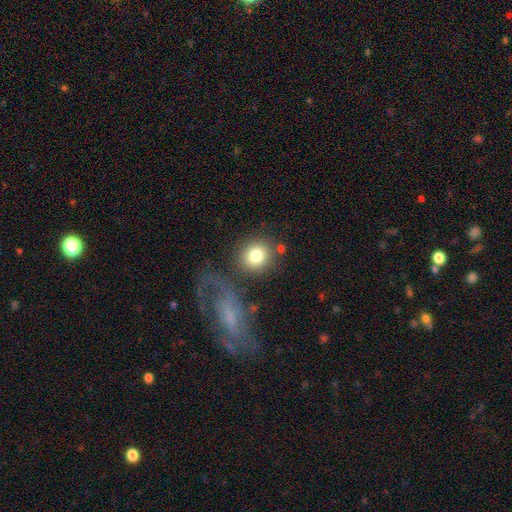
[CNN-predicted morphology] The model was most divided on "merging": none: 71%, minor disturbance: 12%, merger: 9%, major disturbance: 8%. More confident: smooth or featured — smooth (81%); how rounded — round (80%).